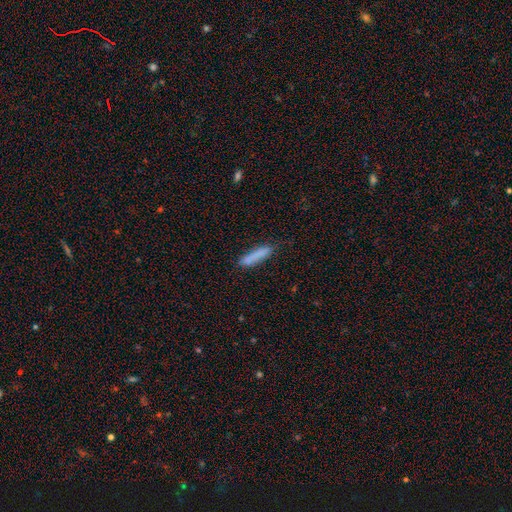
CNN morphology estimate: type=smooth (81%); roundness=cigar-shaped (85%); merging=none (76%).